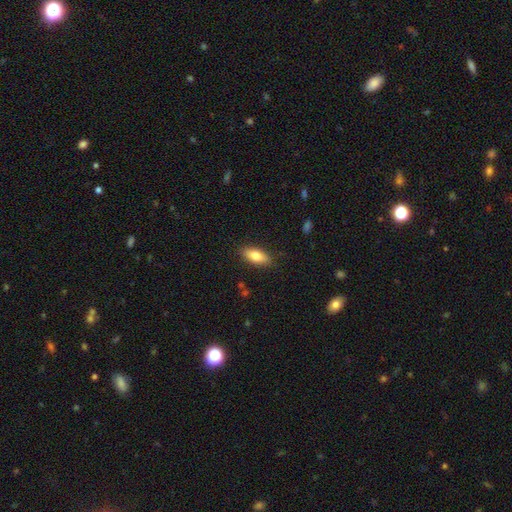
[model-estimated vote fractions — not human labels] Overall: smooth (79%). How rounded: in between (81%). Merging: none (86%).